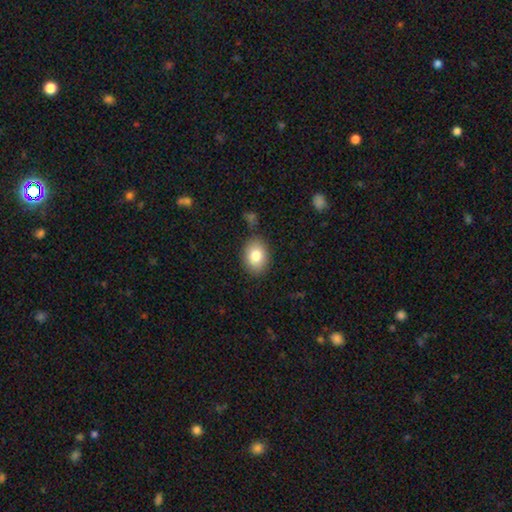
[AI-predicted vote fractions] Q: Smooth or featured?
A: smooth (81%); runner-up: featured or disk (11%)
Q: How rounded?
A: in between (68%); runner-up: round (31%)
Q: Merging?
A: none (82%); runner-up: minor disturbance (12%)